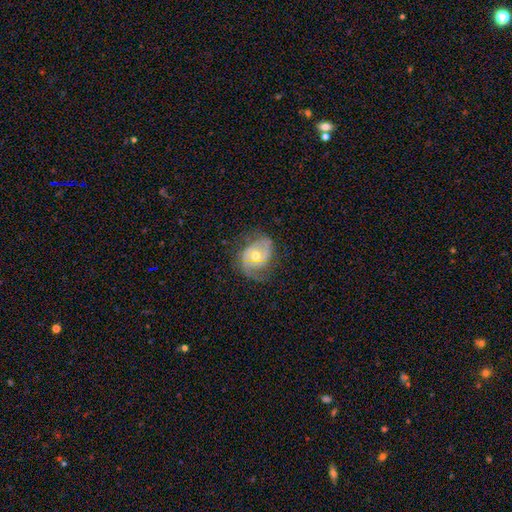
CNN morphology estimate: smooth-or-featured: featured or disk: 73% | smooth: 20% | star or artifact: 7%
  disk-edge-on: no: 97% | yes: 3%
    bar: no: 68% | weak: 25% | strong: 7%
    has-spiral-arms: yes: 85% | no: 15%
      spiral-winding: medium: 41% | tight: 35% | loose: 23%
      spiral-arm-count: 2: 57% | can't tell: 20% | 3: 10% | 1: 8% | 4: 3% | more than 4: 2%
    bulge-size: moderate: 69% | small: 25% | large: 4% | none: 1% | dominant: 1%
  merging: none: 57% | minor disturbance: 26% | major disturbance: 16% | merger: 1%